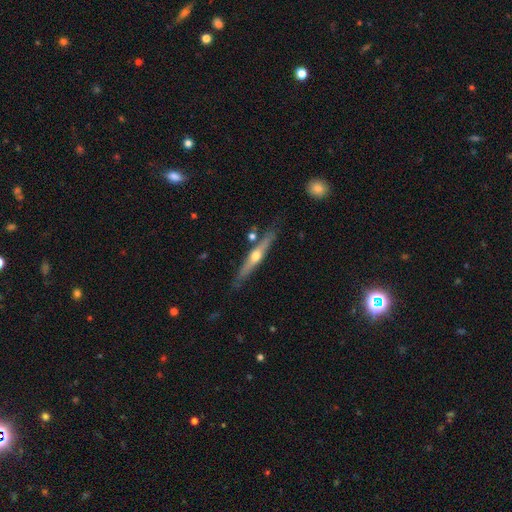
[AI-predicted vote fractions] Smooth or featured? Predicted: featured or disk (p=0.63). Edge-on disk? Predicted: yes (p=0.94). Edge-on bulge? Predicted: rounded (p=0.90). Merging? Predicted: none (p=0.82).